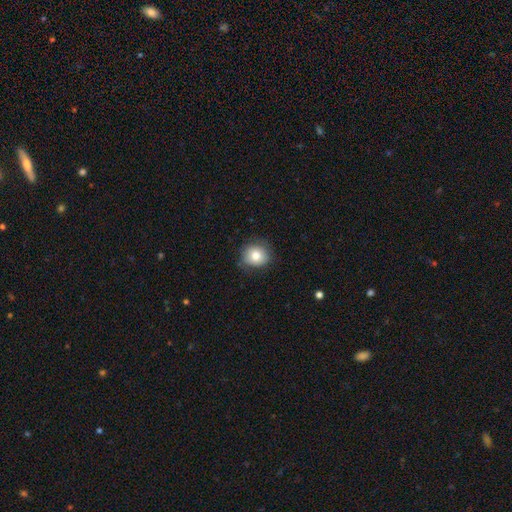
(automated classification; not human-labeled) A smooth galaxy with no disk features (80%) that is round (84%). Merging: none (79%).